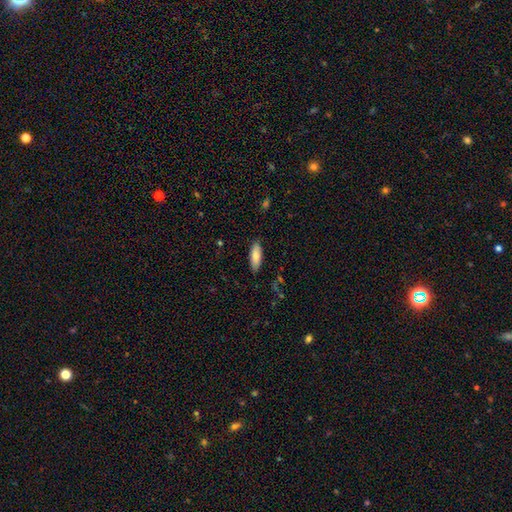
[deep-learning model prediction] Smooth or featured?
  - smooth: 81% *
  - featured or disk: 13%
  - star or artifact: 6%
How rounded?
  - in between: 68% *
  - cigar-shaped: 30%
  - round: 2%
Merging?
  - none: 87% *
  - minor disturbance: 10%
  - major disturbance: 2%
  - merger: 1%